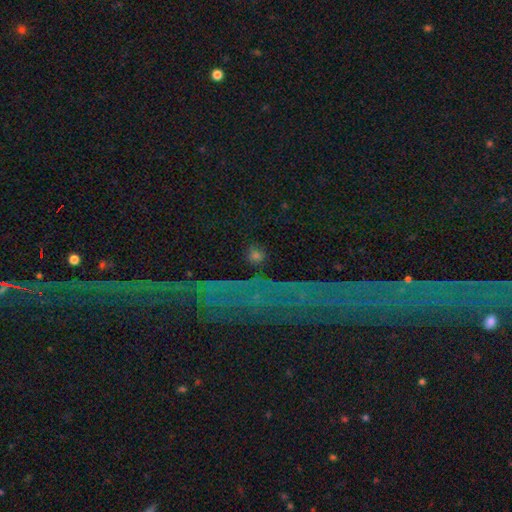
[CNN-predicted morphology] Q: Smooth or featured?
A: star or artifact (52%); runner-up: smooth (35%)